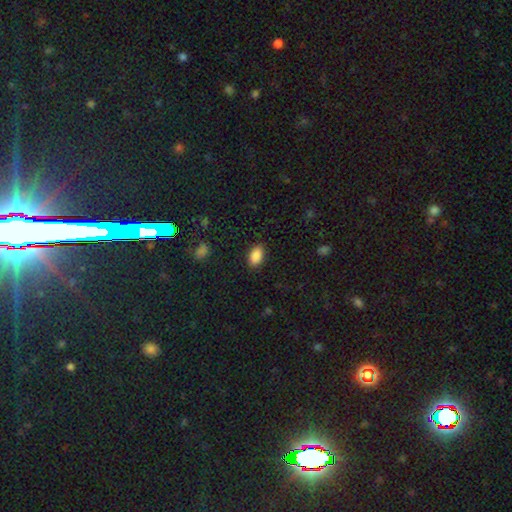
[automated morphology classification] A smooth galaxy with no disk features (88%) that is in between round and cigar-shaped (92%). Merging: none (87%).